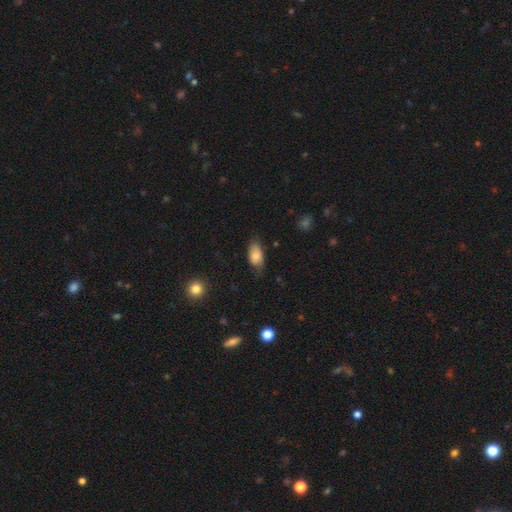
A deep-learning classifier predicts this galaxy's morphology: type=smooth (80%); roundness=in between (91%); merging=none (60%).